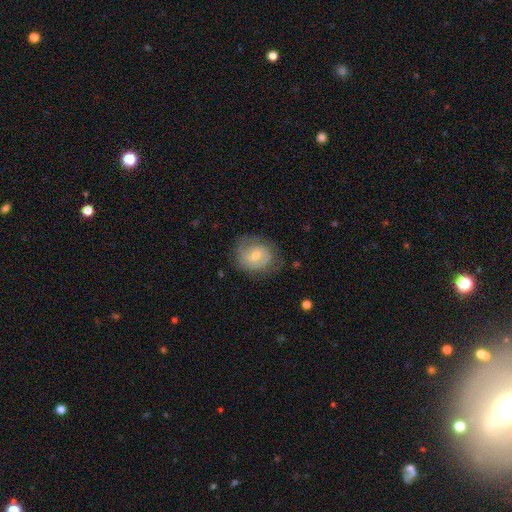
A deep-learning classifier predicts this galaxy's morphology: This appears to be a featured or disk galaxy (66%) with no bar (48%), 2 (59%) tight (54%) spiral arms (79%) and a moderate central bulge (61%). Merging: none (70%).